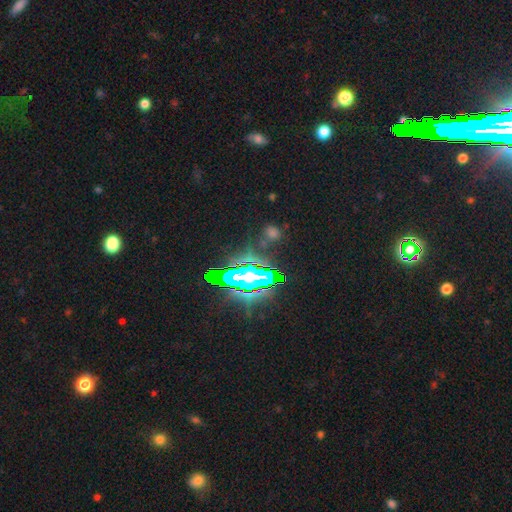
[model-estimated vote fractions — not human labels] Smooth or featured?
  - star or artifact: 77% *
  - smooth: 12%
  - featured or disk: 11%